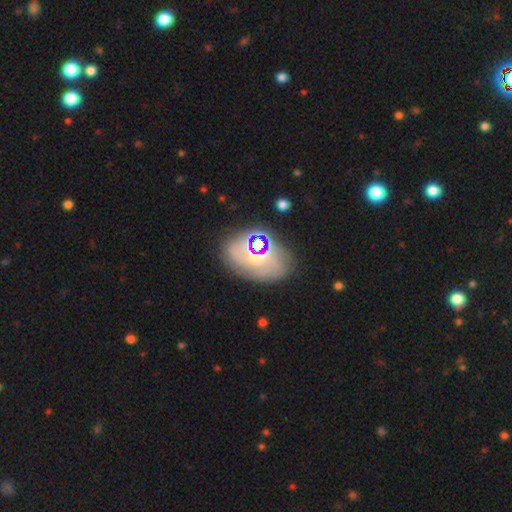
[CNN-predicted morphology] smooth_or_featured: featured or disk (p=0.43) [alt: smooth p=0.31]
merging: none (p=0.69) [alt: minor disturbance p=0.17]